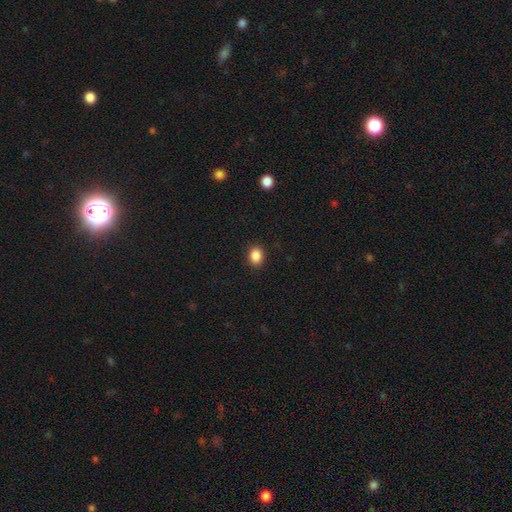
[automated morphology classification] The model was most divided on "how rounded": in between: 58%, round: 41%, cigar-shaped: 1%. More confident: merging — none (89%); smooth or featured — smooth (87%).